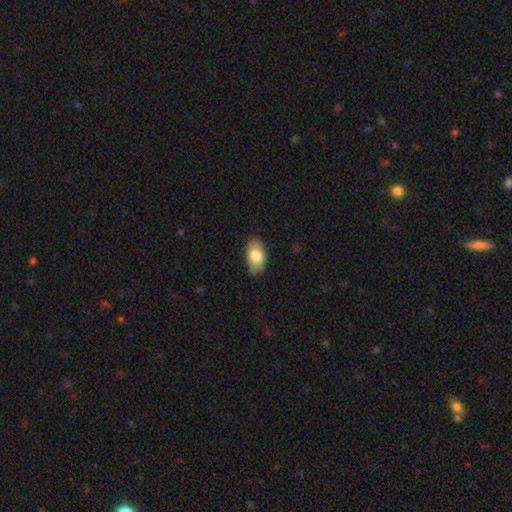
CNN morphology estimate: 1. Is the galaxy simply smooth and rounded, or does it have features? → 78% smooth, 16% featured or disk, 7% star or artifact.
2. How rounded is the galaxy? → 92% in between, 6% round, 2% cigar-shaped.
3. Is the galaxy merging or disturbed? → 77% none, 19% minor disturbance, 4% major disturbance, 1% merger.